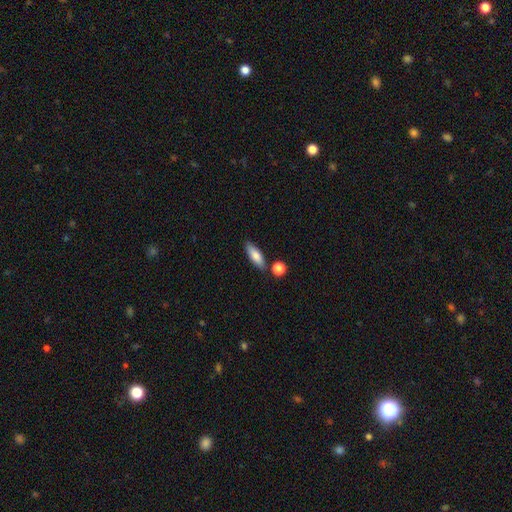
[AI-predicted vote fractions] A smooth galaxy with no disk features (79%) that is in between round and cigar-shaped (60%).

Vote fractions:
- Smooth or featured? smooth: 79% / featured or disk: 14% / star or artifact: 7%
- How rounded? in between: 60% / cigar-shaped: 37% / round: 3%
- Merging? none: 76% / minor disturbance: 12% / merger: 9% / major disturbance: 3%